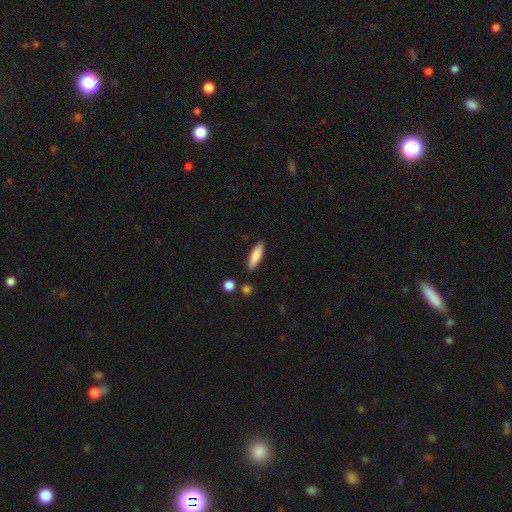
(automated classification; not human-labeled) smooth_or_featured: smooth (p=0.83) [alt: featured or disk p=0.11]
how_rounded: cigar-shaped (p=0.64) [alt: in between p=0.34]
merging: none (p=0.86) [alt: minor disturbance p=0.09]